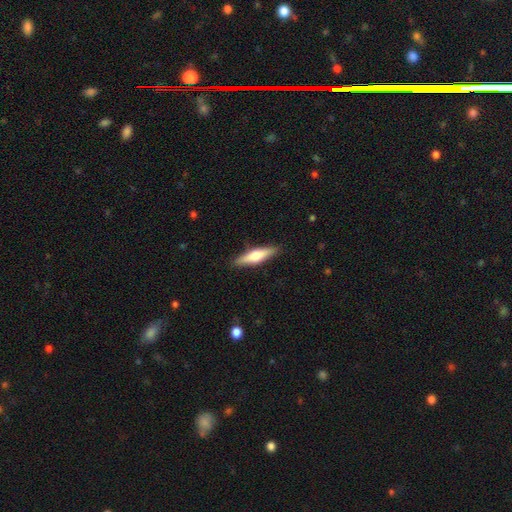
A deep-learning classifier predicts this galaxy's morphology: A smooth galaxy with no disk features (49%). Merging: none (90%).